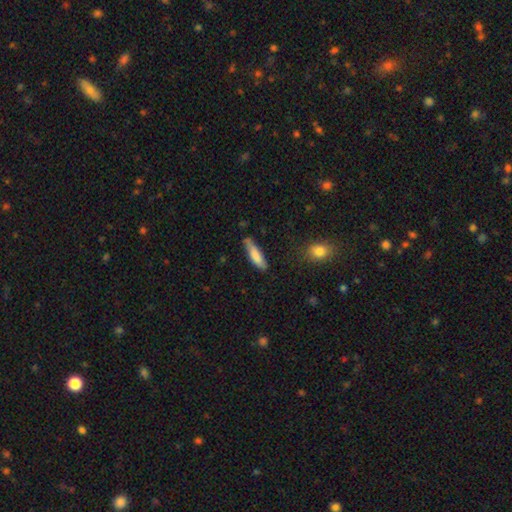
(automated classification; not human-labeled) Morphology: type=smooth (79%); roundness=cigar-shaped (67%); merging=none (66%).